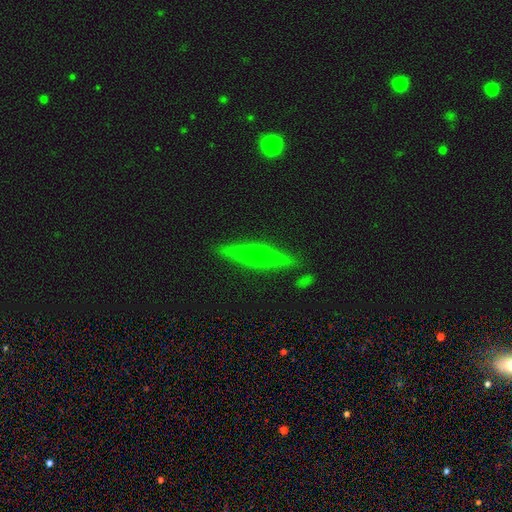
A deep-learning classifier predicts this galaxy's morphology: Q: Smooth or featured?
A: featured or disk (66%); runner-up: smooth (26%)
Q: Edge-on disk?
A: yes (96%); runner-up: no (4%)
Q: Edge-on bulge?
A: rounded (76%); runner-up: none (18%)
Q: Merging?
A: none (89%); runner-up: minor disturbance (8%)